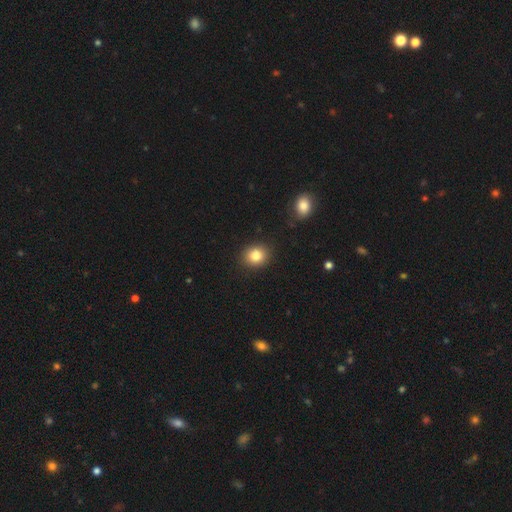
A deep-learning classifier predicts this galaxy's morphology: Smooth or featured?
  - smooth: 83% *
  - star or artifact: 10%
  - featured or disk: 6%
How rounded?
  - round: 71% *
  - in between: 28%
  - cigar-shaped: 1%
Merging?
  - none: 89% *
  - minor disturbance: 7%
  - major disturbance: 2%
  - merger: 1%